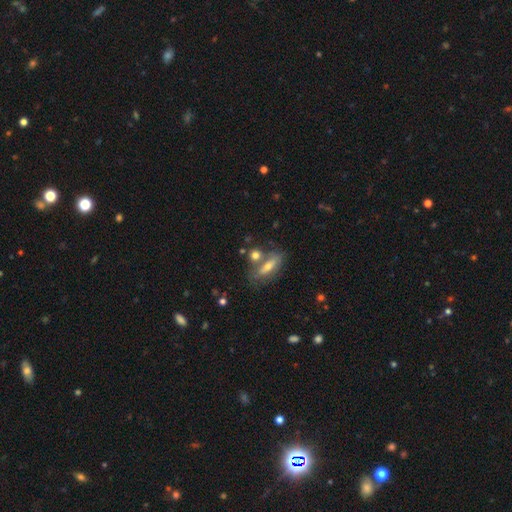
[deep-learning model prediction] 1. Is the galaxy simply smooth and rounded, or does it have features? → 64% smooth, 25% featured or disk, 10% star or artifact.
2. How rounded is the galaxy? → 41% in between, 32% round, 27% cigar-shaped.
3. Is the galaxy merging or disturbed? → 59% none, 24% merger, 12% minor disturbance, 5% major disturbance.